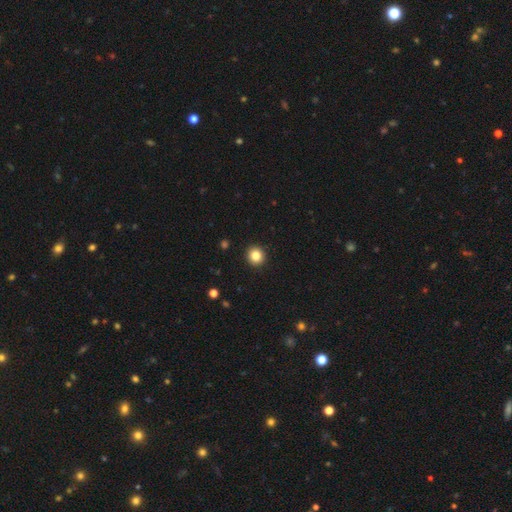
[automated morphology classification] smooth 84%, star or artifact 11%, featured or disk 5%. Down the decision tree: how rounded — round (92%); merging — none (93%).